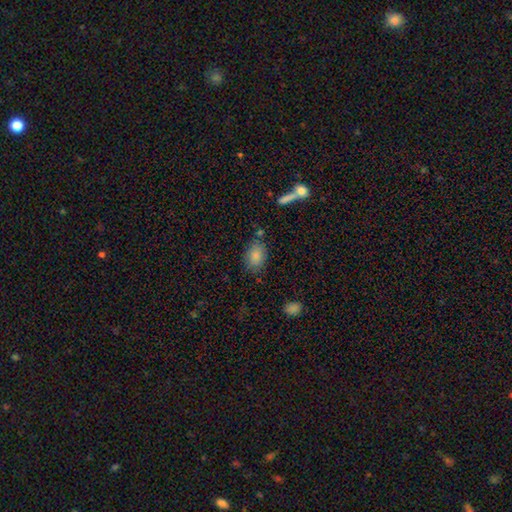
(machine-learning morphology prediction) type=smooth (84%); roundness=in between (80%); merging=none (76%).